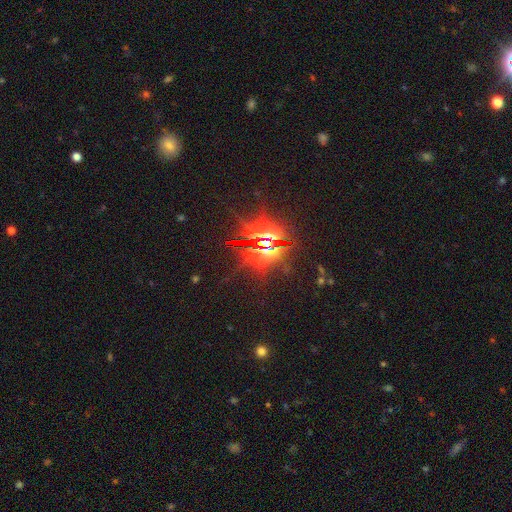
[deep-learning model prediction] A star or artifact, not a galaxy (84%).